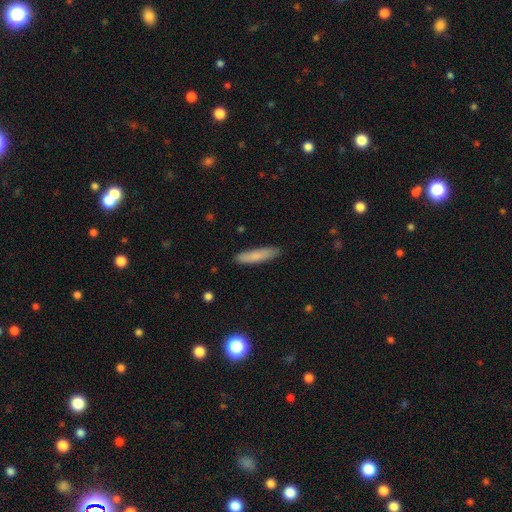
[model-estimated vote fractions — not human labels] A smooth galaxy with no disk features (79%) that is cigar-shaped (81%).

Vote fractions:
- Smooth or featured? smooth: 79% / featured or disk: 14% / star or artifact: 7%
- How rounded? cigar-shaped: 81% / in between: 17% / round: 2%
- Merging? none: 87% / minor disturbance: 10% / major disturbance: 2% / merger: 1%